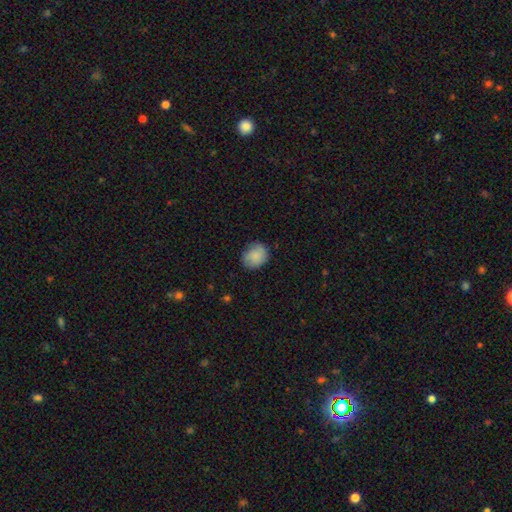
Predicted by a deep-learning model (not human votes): smooth 82%, featured or disk 10%, star or artifact 8%. Down the decision tree: how rounded — round (65%); merging — none (75%).